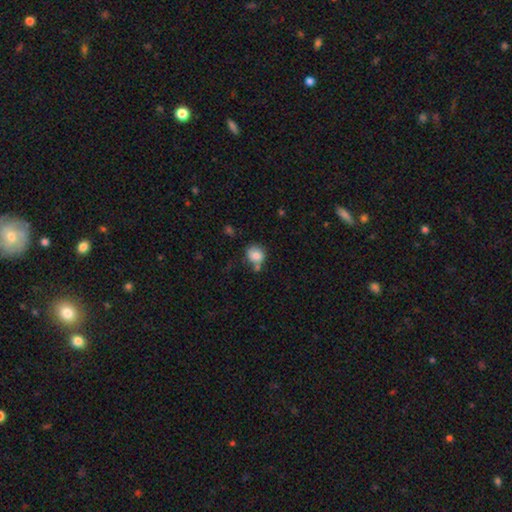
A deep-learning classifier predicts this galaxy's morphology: smooth_or_featured: smooth (p=0.81) [alt: featured or disk p=0.10]
how_rounded: round (p=0.75) [alt: in between p=0.24]
merging: none (p=0.51) [alt: minor disturbance p=0.22]